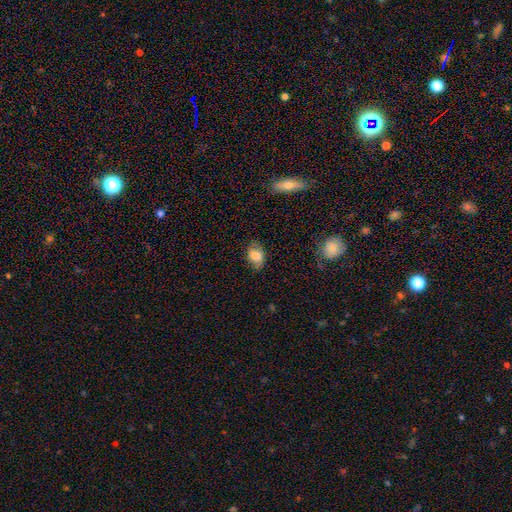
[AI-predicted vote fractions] smooth_or_featured: smooth (p=0.72) [alt: featured or disk p=0.19]
how_rounded: in between (p=0.76) [alt: round p=0.23]
merging: none (p=0.66) [alt: minor disturbance p=0.25]